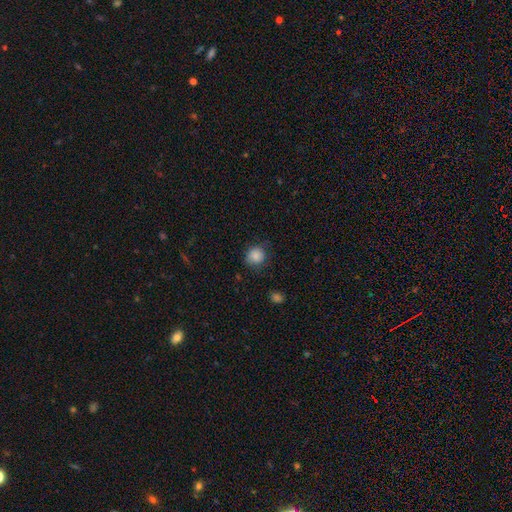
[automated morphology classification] Q: Smooth or featured?
A: smooth (86%); runner-up: star or artifact (10%)
Q: How rounded?
A: round (87%); runner-up: in between (12%)
Q: Merging?
A: none (77%); runner-up: minor disturbance (17%)